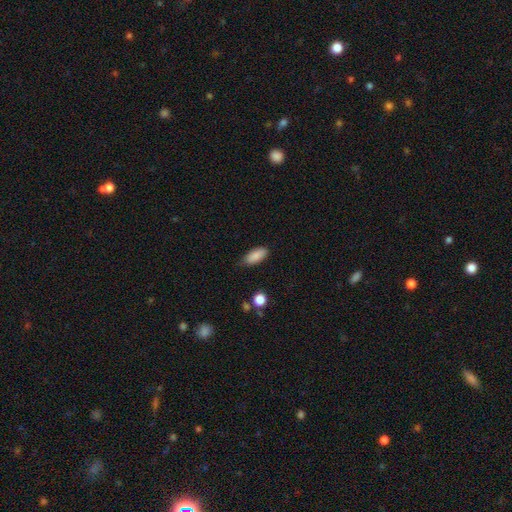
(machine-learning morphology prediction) Overall: smooth (88%). How rounded: in between (82%). Merging: none (77%).